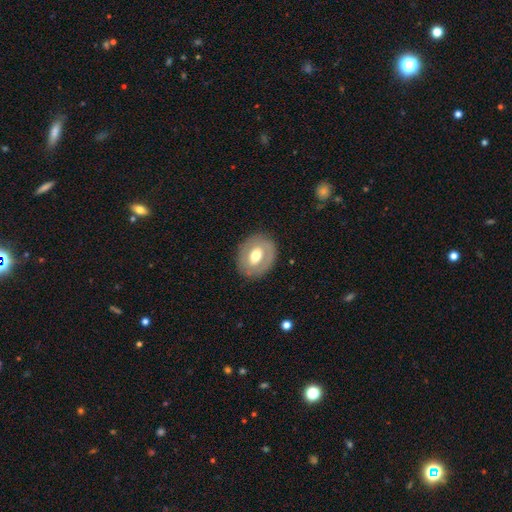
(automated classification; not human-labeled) smooth 47% (tied), featured or disk 47% (tied), star or artifact 7%. Down the decision tree: merging — none (82%).